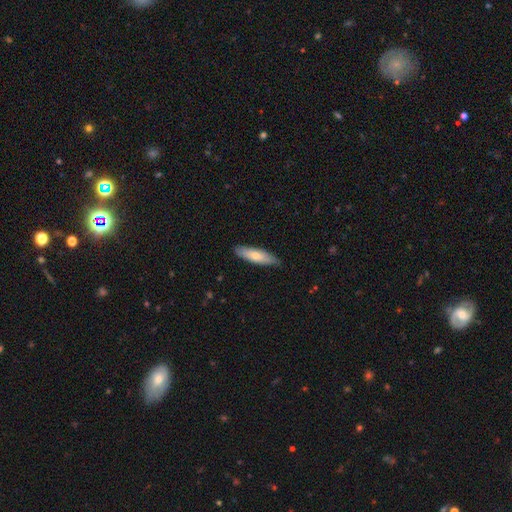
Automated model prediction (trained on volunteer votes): This is likely a smooth galaxy (71%). How rounded: likely cigar-shaped (65%). Merging: clearly none (85%).